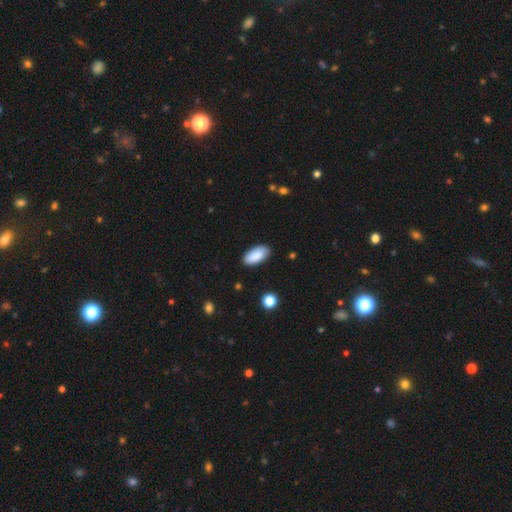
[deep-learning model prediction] Smooth or featured: smooth — 89% (star or artifact — 6%)
How rounded: in between — 93% (cigar-shaped — 5%)
Merging: none — 86% (minor disturbance — 11%)